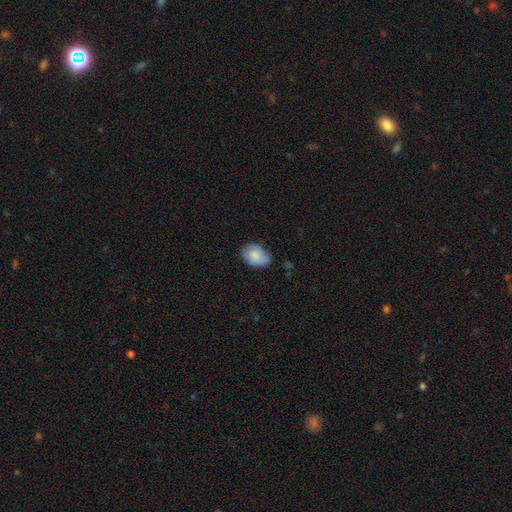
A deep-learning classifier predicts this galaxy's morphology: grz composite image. It shows a smooth galaxy with no disk features (80%) that is in between round and cigar-shaped (72%). Merging: none (55%).